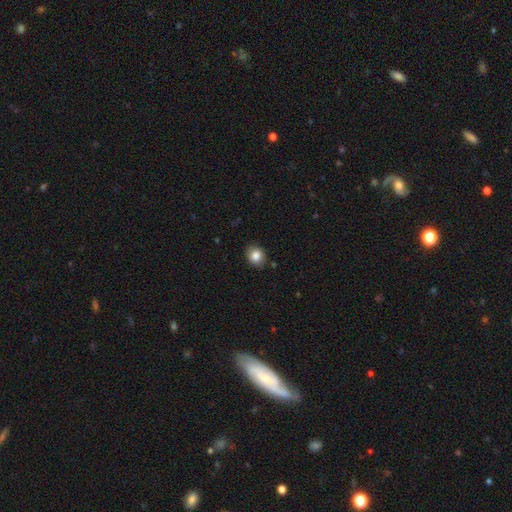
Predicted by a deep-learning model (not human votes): A smooth galaxy with no disk features (85%) that is round (66%).

Vote fractions:
- Smooth or featured? smooth: 85% / star or artifact: 9% / featured or disk: 6%
- How rounded? round: 66% / in between: 33% / cigar-shaped: 1%
- Merging? none: 87% / minor disturbance: 10% / major disturbance: 2% / merger: 1%